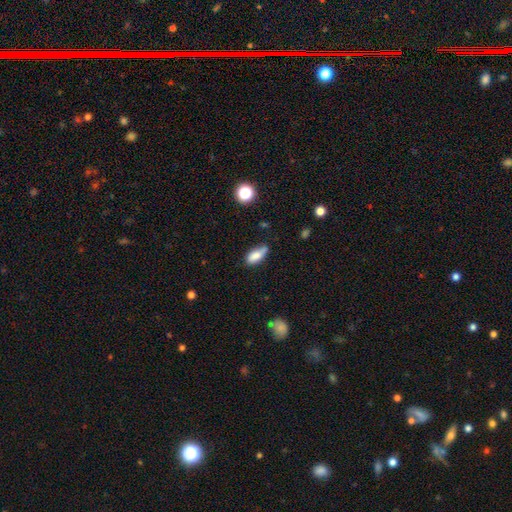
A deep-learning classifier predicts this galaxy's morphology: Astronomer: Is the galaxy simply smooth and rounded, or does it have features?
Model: smooth — 79%.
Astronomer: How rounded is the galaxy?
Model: in between — 79%.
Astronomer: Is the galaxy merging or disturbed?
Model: none — 58%.